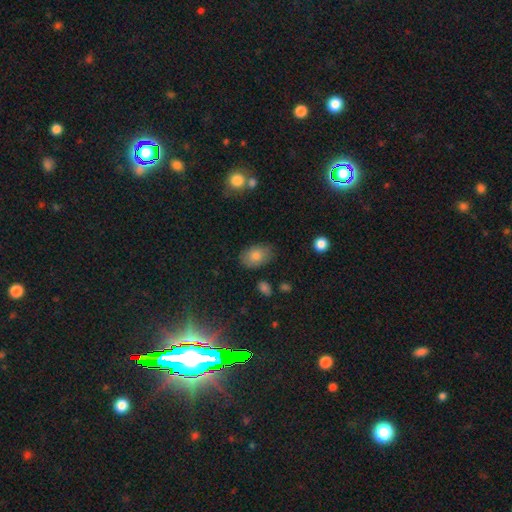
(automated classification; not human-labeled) Overall: smooth (79%). How rounded: in between (86%). Merging: none (77%).